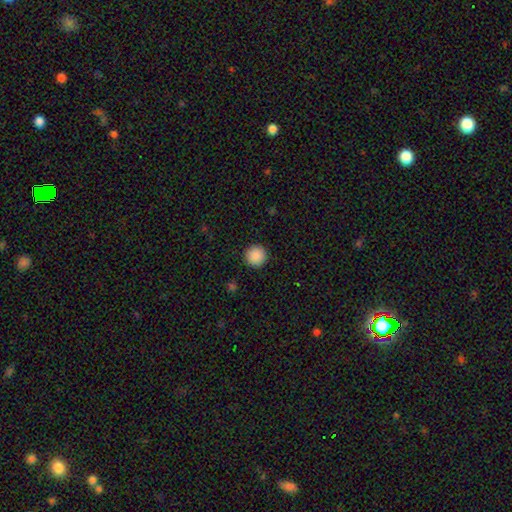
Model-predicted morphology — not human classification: type=smooth (89%); roundness=round (96%); merging=none (93%).